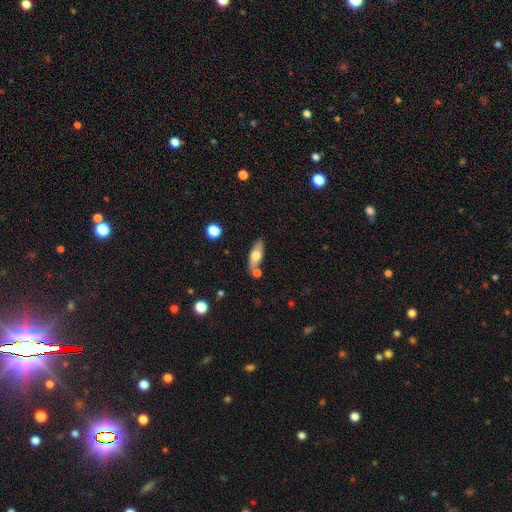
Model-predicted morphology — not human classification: type=smooth (63%); roundness=in between (64%); merging=none (73%).